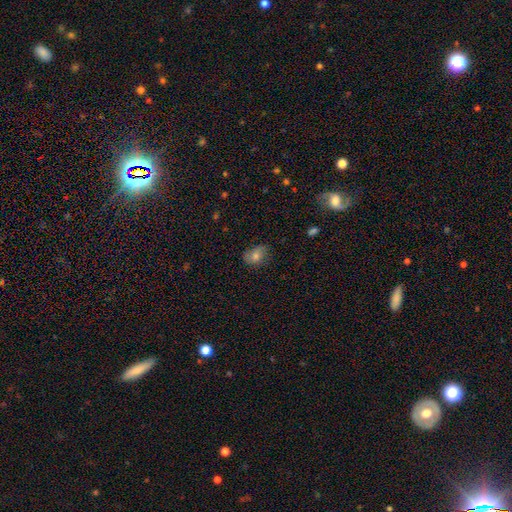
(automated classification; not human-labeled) This appears to be a smooth galaxy with no disk features (65%) that is in between round and cigar-shaped (68%). Merging: none (71%).